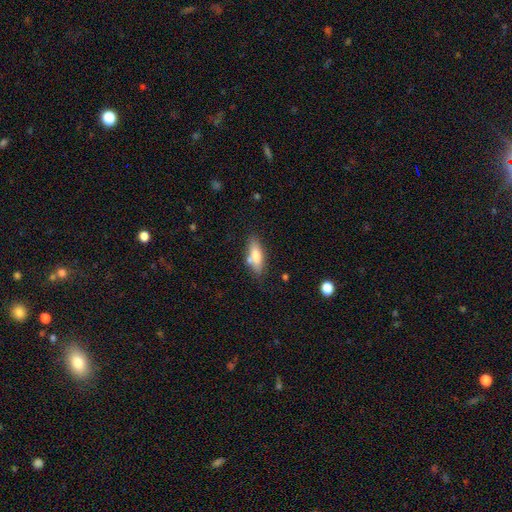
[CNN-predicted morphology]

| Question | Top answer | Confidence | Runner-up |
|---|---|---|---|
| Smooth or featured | smooth | 72% | featured or disk (21%) |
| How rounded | in between | 61% | cigar-shaped (37%) |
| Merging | none | 70% | minor disturbance (16%) |